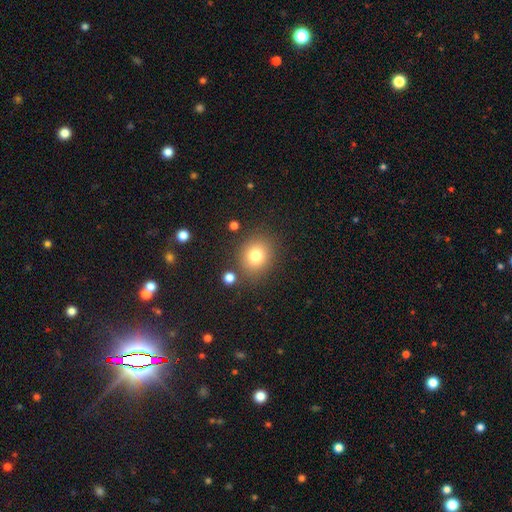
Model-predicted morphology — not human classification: A smooth galaxy with no disk features (79%) that is round (73%). Merging: none (82%).